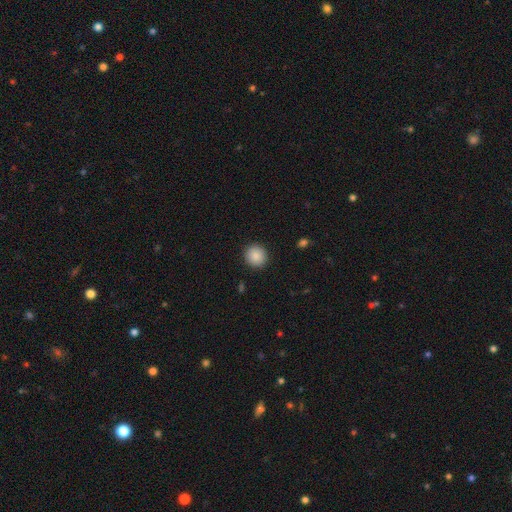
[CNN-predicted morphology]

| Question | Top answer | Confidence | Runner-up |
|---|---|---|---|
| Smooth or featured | smooth | 88% | star or artifact (8%) |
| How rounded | round | 91% | in between (8%) |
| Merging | none | 91% | minor disturbance (6%) |